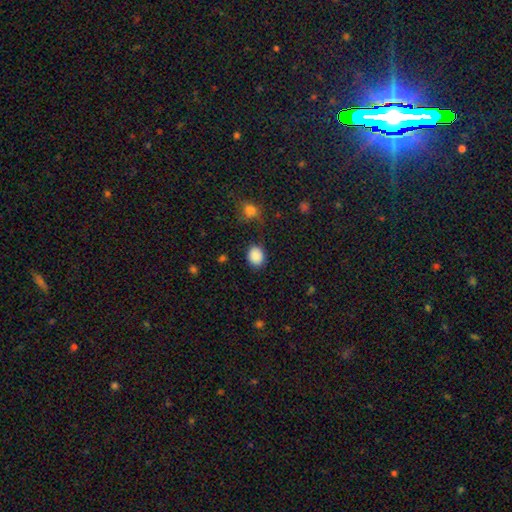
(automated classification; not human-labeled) Smooth or featured?
  - smooth: 88% *
  - star or artifact: 9%
  - featured or disk: 3%
How rounded?
  - round: 62% *
  - in between: 37%
  - cigar-shaped: 1%
Merging?
  - none: 84% *
  - minor disturbance: 11%
  - major disturbance: 3%
  - merger: 2%